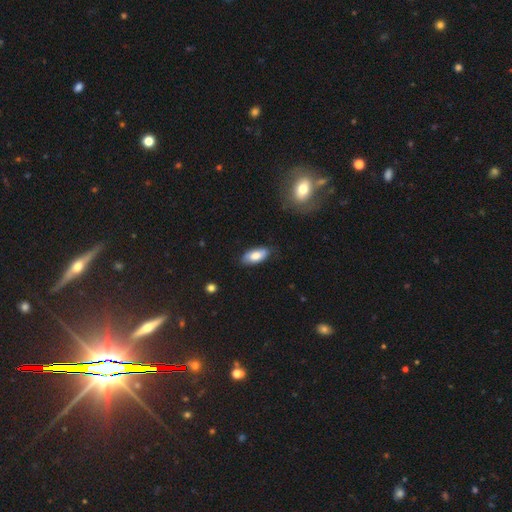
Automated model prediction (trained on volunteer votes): Morphology: type=smooth (78%); roundness=in between (90%); merging=none (80%).